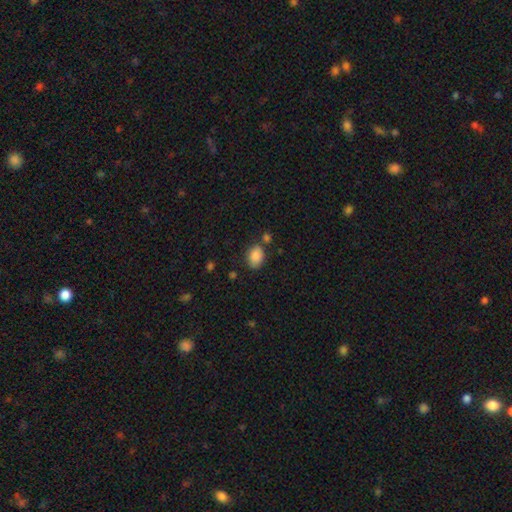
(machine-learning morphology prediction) A smooth galaxy with no disk features (88%) that is in between round and cigar-shaped (78%). Merging: none (67%).